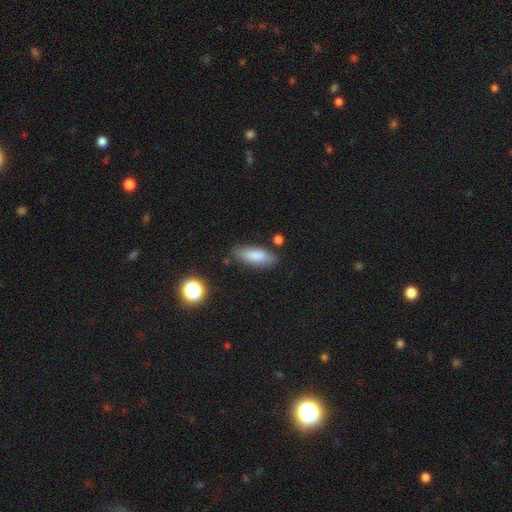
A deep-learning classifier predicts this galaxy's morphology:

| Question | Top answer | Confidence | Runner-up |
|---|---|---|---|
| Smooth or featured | smooth | 83% | featured or disk (10%) |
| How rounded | in between | 73% | cigar-shaped (25%) |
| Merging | none | 78% | minor disturbance (15%) |